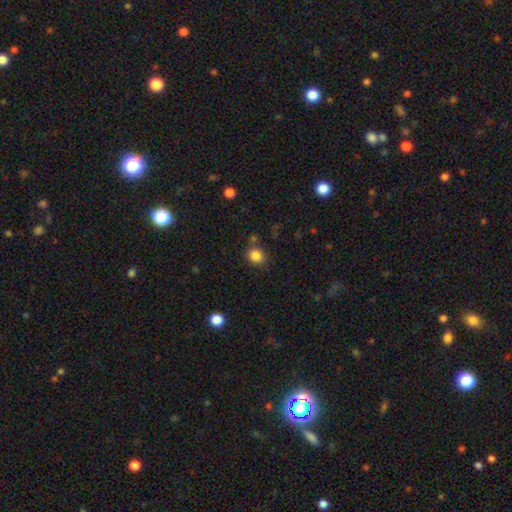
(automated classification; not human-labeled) A smooth galaxy with no disk features (85%) that is round (81%). Merging: none (79%).